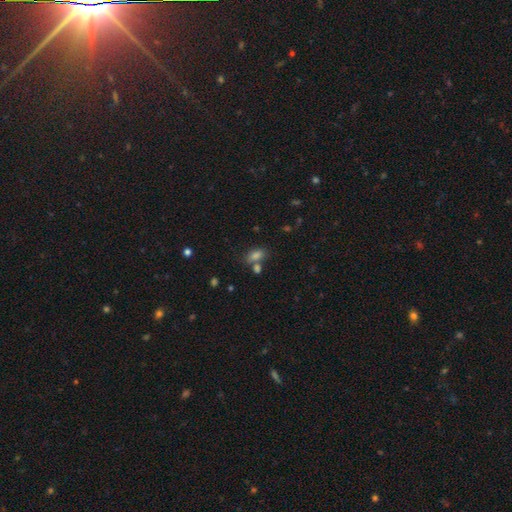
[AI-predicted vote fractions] A smooth galaxy with no disk features (79%) that is in between round and cigar-shaped (85%). Merging: none (58%).